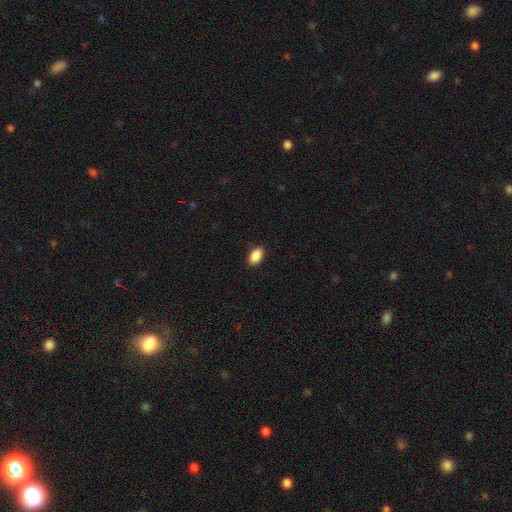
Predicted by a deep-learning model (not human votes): Smooth or featured?
  - smooth: 90% *
  - star or artifact: 7%
  - featured or disk: 3%
How rounded?
  - in between: 93% *
  - round: 5%
  - cigar-shaped: 2%
Merging?
  - none: 88% *
  - minor disturbance: 9%
  - major disturbance: 2%
  - merger: 1%